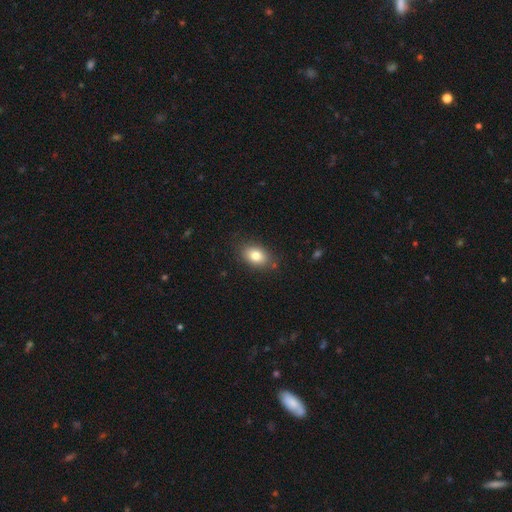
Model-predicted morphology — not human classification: Smooth or featured? smooth (81%)
How rounded? in between (81%)
Merging? none (83%)